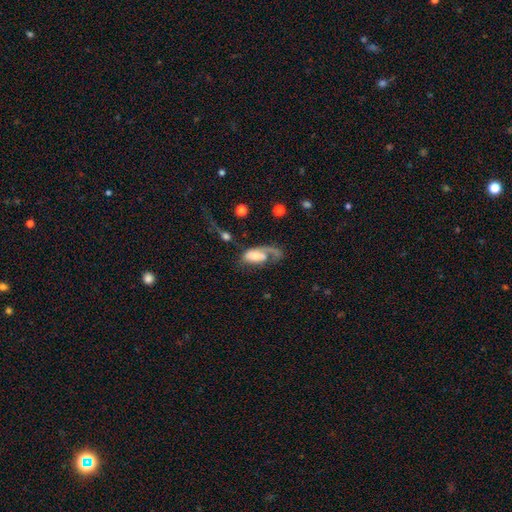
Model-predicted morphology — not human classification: Smooth or featured?
  - featured or disk: 53% *
  - smooth: 40%
  - star or artifact: 8%
Edge-on disk?
  - no: 93% *
  - yes: 7%
Merging?
  - major disturbance: 48% *
  - none: 26%
  - minor disturbance: 16%
  - merger: 10%